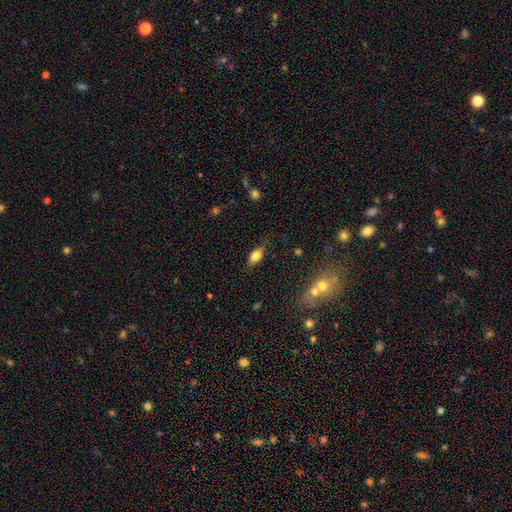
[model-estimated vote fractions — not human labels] A smooth galaxy with no disk features (77%) that is in between round and cigar-shaped (85%).

Vote fractions:
- Smooth or featured? smooth: 77% / featured or disk: 15% / star or artifact: 8%
- How rounded? in between: 85% / cigar-shaped: 9% / round: 6%
- Merging? none: 77% / minor disturbance: 17% / major disturbance: 4% / merger: 2%